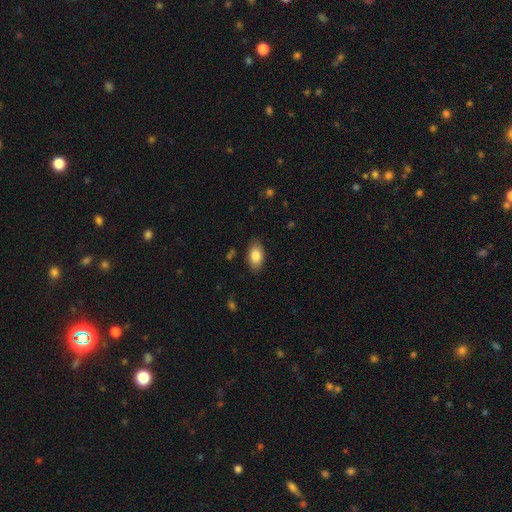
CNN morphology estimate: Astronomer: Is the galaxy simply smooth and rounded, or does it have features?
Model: smooth — 83%.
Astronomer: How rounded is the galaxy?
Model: in between — 91%.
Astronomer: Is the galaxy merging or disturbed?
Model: none — 85%.